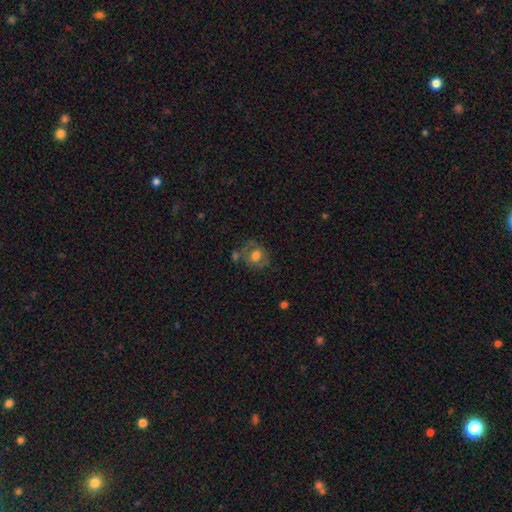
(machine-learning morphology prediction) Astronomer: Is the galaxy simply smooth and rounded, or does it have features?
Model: smooth — 56% (runner-up: featured or disk, 35%).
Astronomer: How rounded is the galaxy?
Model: round — 70%.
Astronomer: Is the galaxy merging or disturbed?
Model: none — 54%.